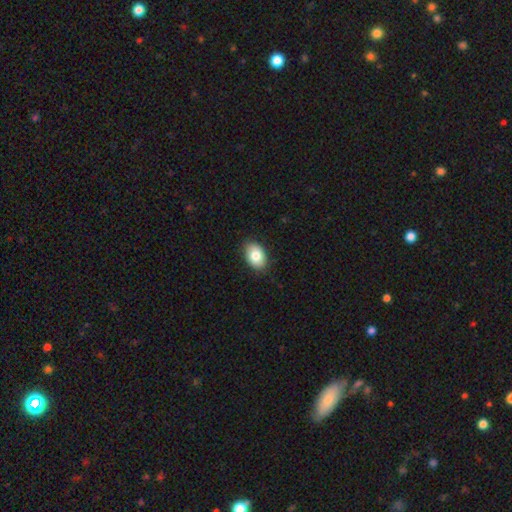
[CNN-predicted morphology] Smooth or featured? Predicted: smooth (p=0.82). How rounded? Predicted: in between (p=0.86). Merging? Predicted: none (p=0.87).